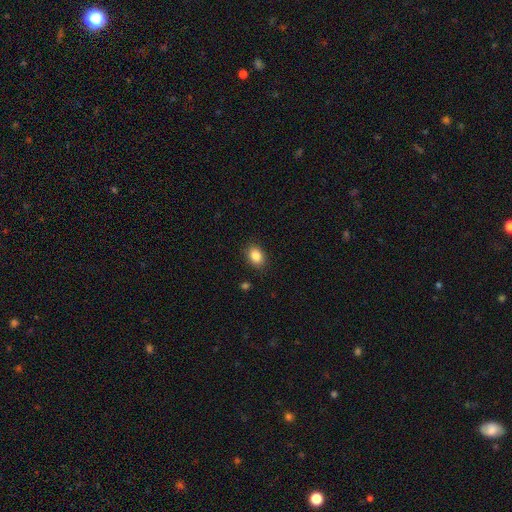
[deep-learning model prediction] A smooth galaxy with no disk features (87%) that is in between round and cigar-shaped (73%). Merging: none (88%).